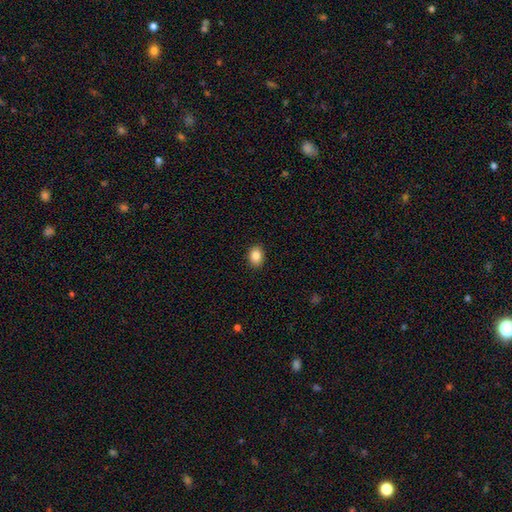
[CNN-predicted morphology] Overall: smooth (86%). How rounded: in between (67%; round 32%). Merging: none (90%).